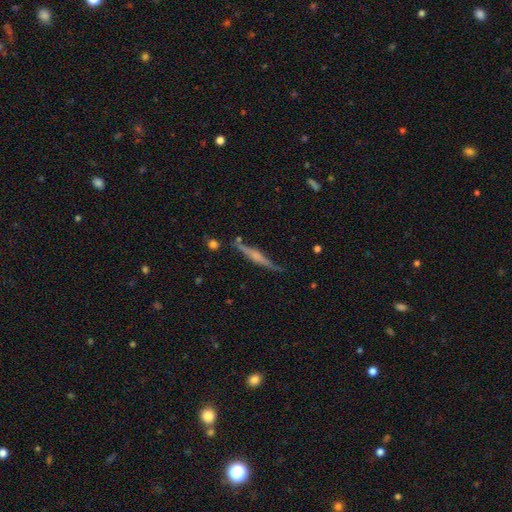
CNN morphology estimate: smooth_or_featured: featured or disk (p=0.71) [alt: smooth p=0.22]
disk_edge_on: yes (p=0.97) [alt: no p=0.03]
edge_on_bulge: rounded (p=0.60) [alt: none p=0.21]
merging: none (p=0.81) [alt: minor disturbance p=0.12]